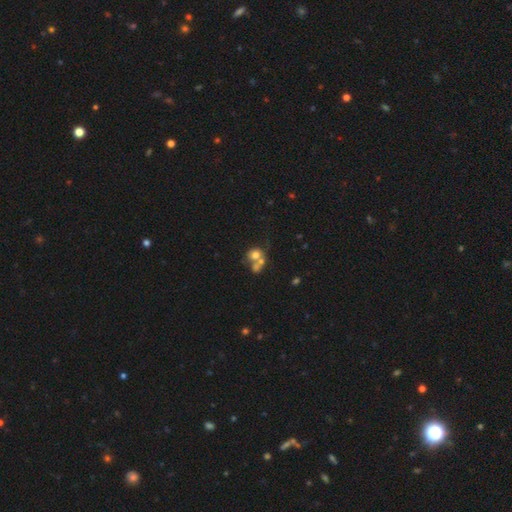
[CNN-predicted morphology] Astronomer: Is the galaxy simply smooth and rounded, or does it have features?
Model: smooth — 63%.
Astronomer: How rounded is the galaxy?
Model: round — 69%.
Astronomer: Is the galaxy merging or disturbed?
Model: merger — 56%.